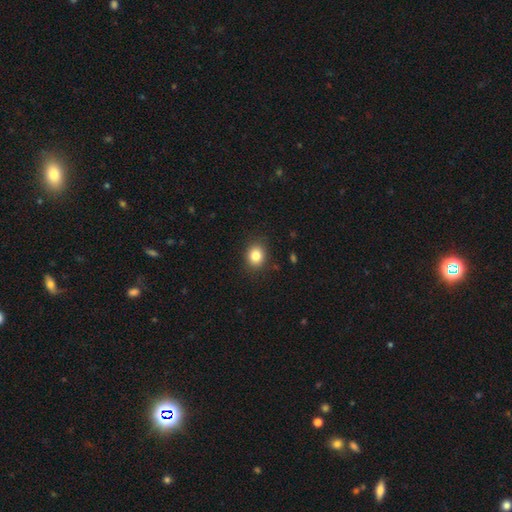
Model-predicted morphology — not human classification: Overall: smooth (83%). How rounded: round (66%; in between 33%). Merging: none (88%).